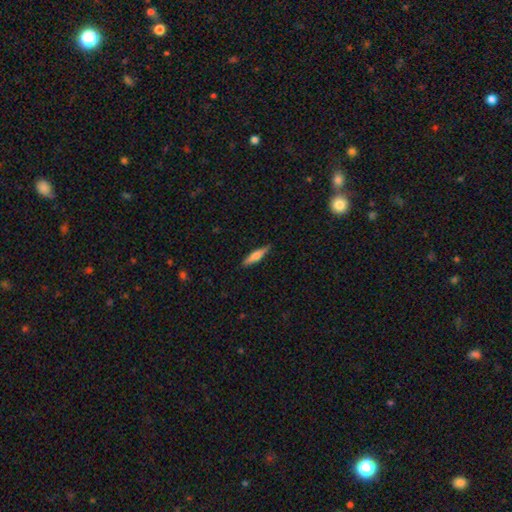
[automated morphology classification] The model was most divided on "smooth or featured": smooth: 55%, featured or disk: 39%, star or artifact: 6%. More confident: merging — none (87%); how rounded — cigar-shaped (81%).